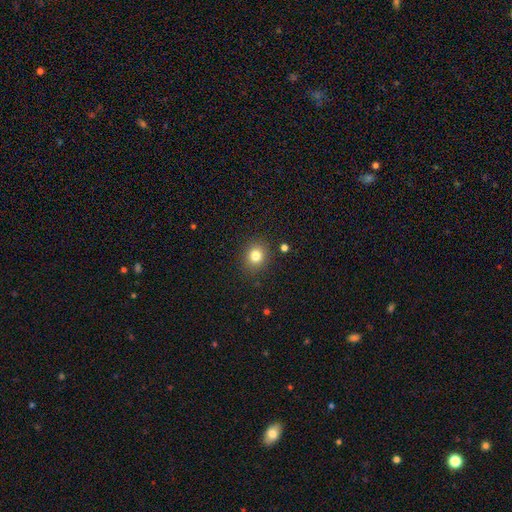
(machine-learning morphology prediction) smooth_or_featured: smooth (p=0.81) [alt: star or artifact p=0.12]
how_rounded: round (p=0.77) [alt: in between p=0.22]
merging: none (p=0.87) [alt: minor disturbance p=0.08]